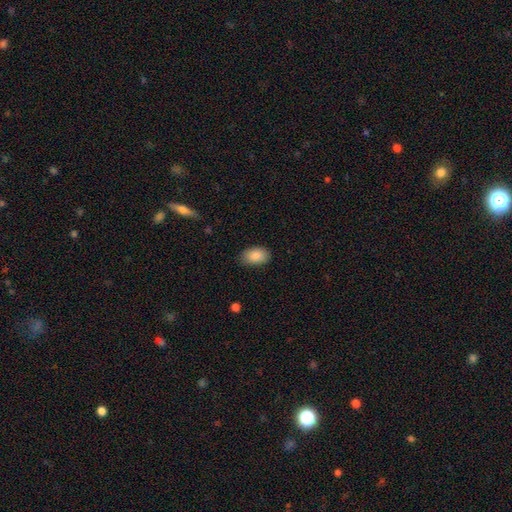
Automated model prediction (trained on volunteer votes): Overall: smooth (89%). How rounded: in between (92%). Merging: none (81%).